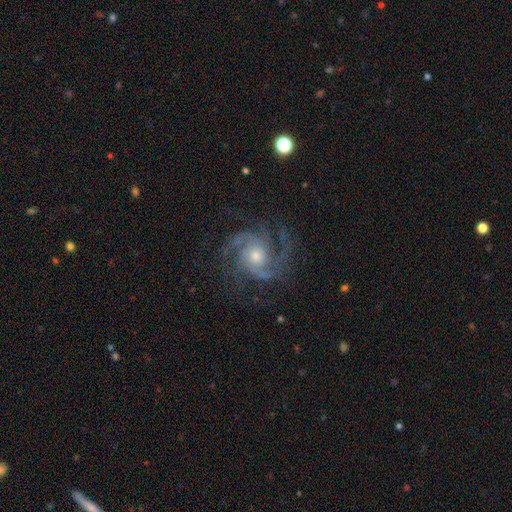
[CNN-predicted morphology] featured or disk 92%, star or artifact 5%, smooth 3%. Down the decision tree: edge-on disk — no (98%); bar — no (73%); spiral arms — yes (98%); spiral arm count — 3 (48%); spiral winding — medium (49%); bulge size — moderate (52%); merging — none (75%).